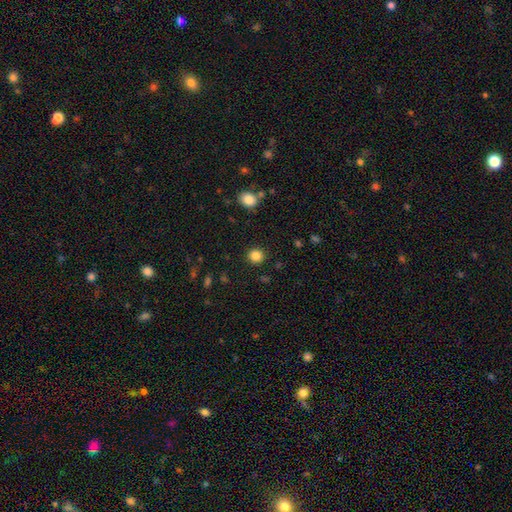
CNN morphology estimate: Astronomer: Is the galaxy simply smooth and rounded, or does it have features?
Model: smooth — 86%.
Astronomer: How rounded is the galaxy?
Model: round — 91%.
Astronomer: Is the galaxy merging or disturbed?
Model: none — 91%.